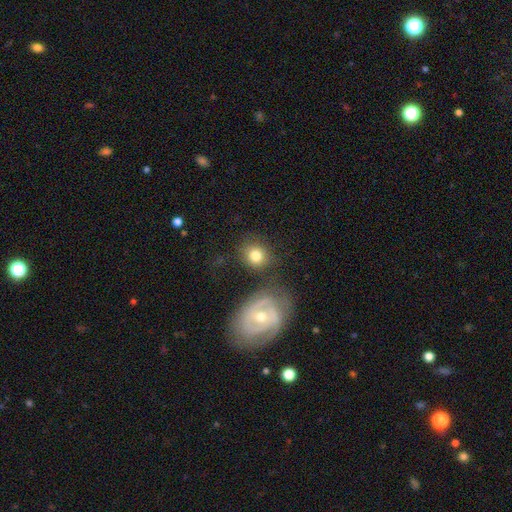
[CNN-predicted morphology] type=smooth (75%); roundness=round (78%); merging=none (72%).